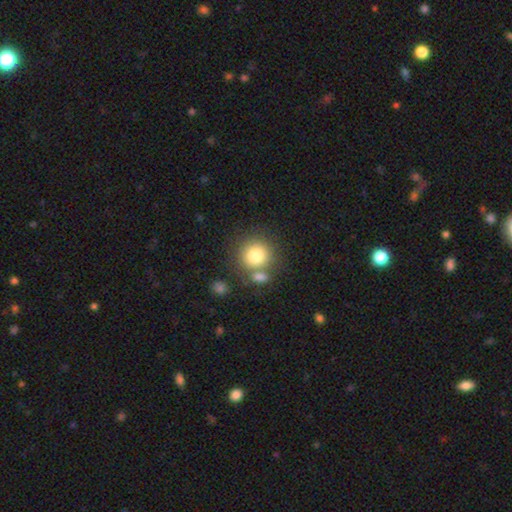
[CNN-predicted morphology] Overall: smooth (80%). How rounded: round (89%). Merging: none (61%; merger 24%).